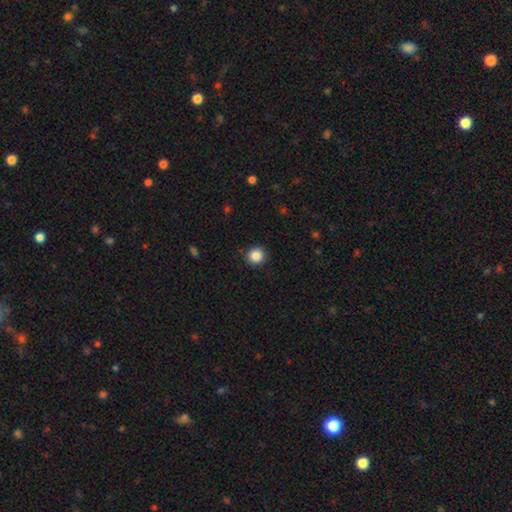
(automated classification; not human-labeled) smooth_or_featured: smooth (p=0.87) [alt: star or artifact p=0.10]
how_rounded: round (p=0.92) [alt: in between p=0.07]
merging: none (p=0.91) [alt: minor disturbance p=0.06]